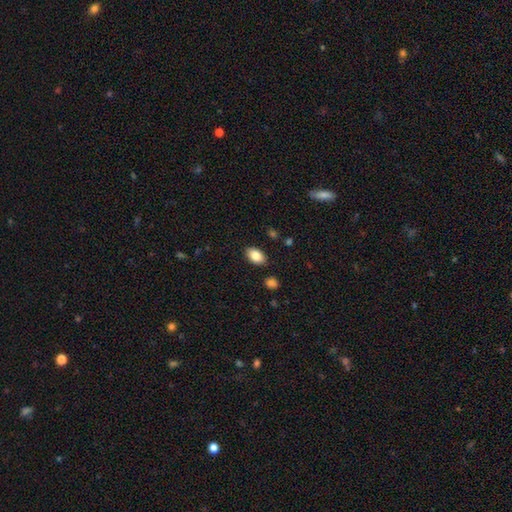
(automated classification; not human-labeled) A smooth galaxy with no disk features (85%) that is in between round and cigar-shaped (91%). Merging: none (86%).